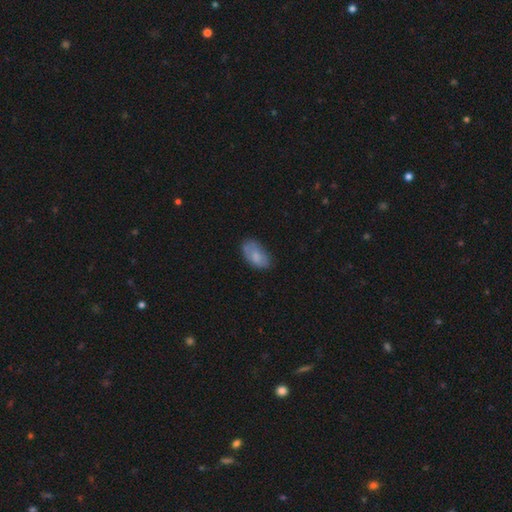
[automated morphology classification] smooth-or-featured: smooth: 73% | featured or disk: 20% | star or artifact: 7%
  how-rounded: in between: 93% | round: 5% | cigar-shaped: 2%
  merging: none: 63% | minor disturbance: 27% | major disturbance: 7% | merger: 3%